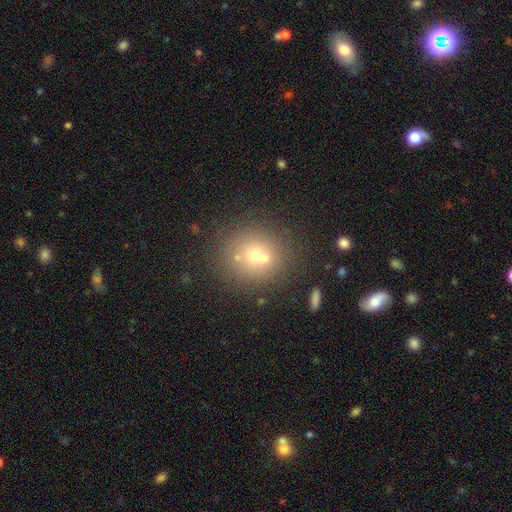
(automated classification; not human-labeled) Smooth or featured?
  - smooth: 62% *
  - featured or disk: 21%
  - star or artifact: 17%
How rounded?
  - round: 89% *
  - in between: 10%
  - cigar-shaped: 1%
Merging?
  - none: 56% *
  - merger: 33%
  - minor disturbance: 8%
  - major disturbance: 4%